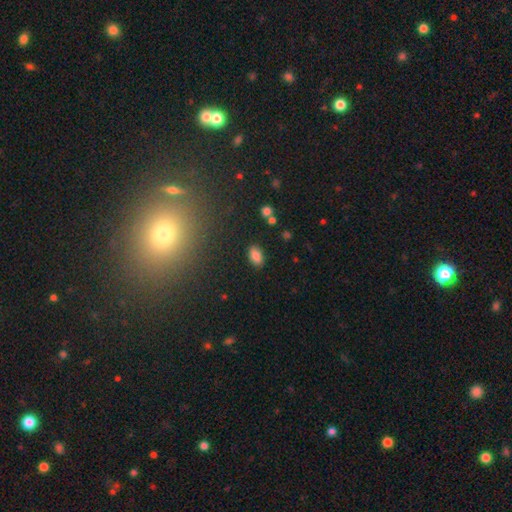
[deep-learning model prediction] This is clearly a smooth galaxy (84%). How rounded: clearly in between (91%). Merging: clearly none (86%).